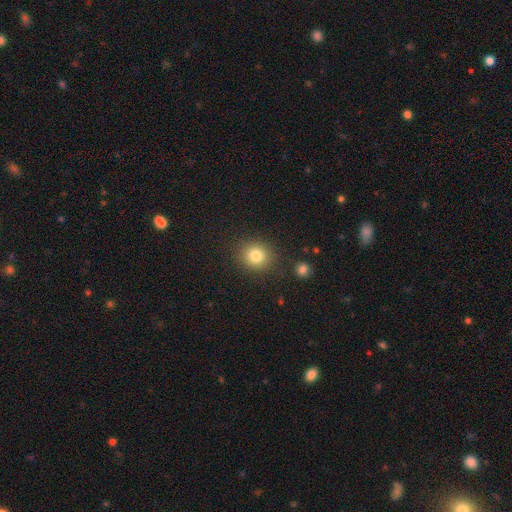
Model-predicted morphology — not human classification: This appears to be a smooth galaxy with no disk features (81%) that is round (84%). Merging: none (87%).